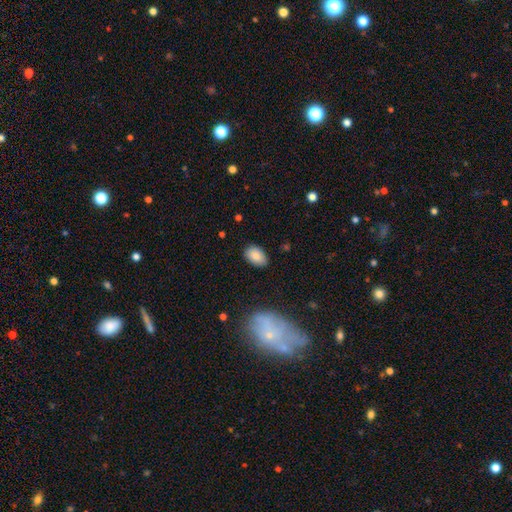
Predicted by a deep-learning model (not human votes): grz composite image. It shows a smooth galaxy with no disk features (86%) that is in between round and cigar-shaped (88%). Merging: none (84%).